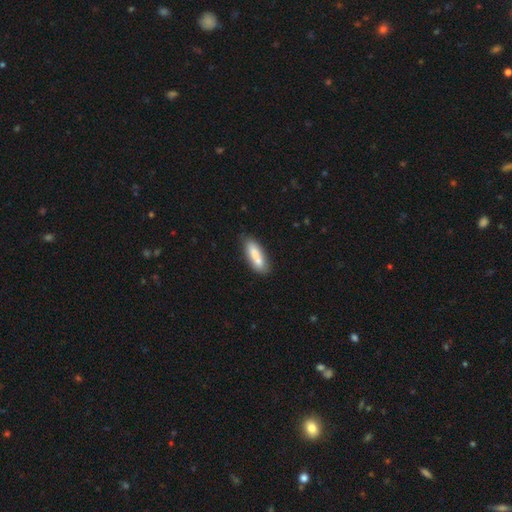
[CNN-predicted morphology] type=smooth (77%); roundness=in between (49%, tied with cigar-shaped); merging=none (64%).